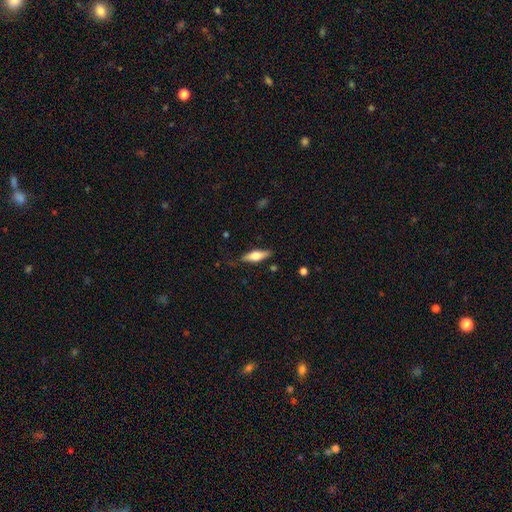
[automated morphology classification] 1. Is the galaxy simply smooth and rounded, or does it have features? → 52% smooth, 42% featured or disk, 6% star or artifact.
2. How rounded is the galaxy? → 52% in between, 45% cigar-shaped, 3% round.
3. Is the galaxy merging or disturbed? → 81% none, 14% minor disturbance, 3% major disturbance, 2% merger.